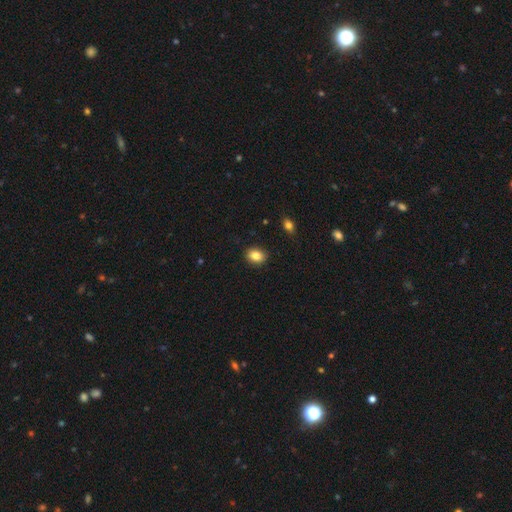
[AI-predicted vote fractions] This is clearly a smooth galaxy (86%). How rounded: likely in between (68%). Merging: clearly none (89%).